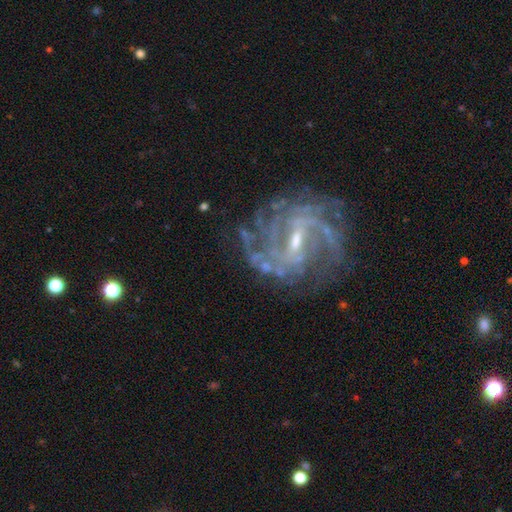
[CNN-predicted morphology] smooth-or-featured: featured or disk: 89% | star or artifact: 7% | smooth: 4%
  disk-edge-on: no: 97% | yes: 3%
    bar: weak: 50% | strong: 37% | no: 13%
    has-spiral-arms: yes: 96% | no: 4%
      spiral-winding: medium: 43% (tied) | tight: 43% (tied) | loose: 13%
      spiral-arm-count: 2: 31% | can't tell: 24% | 3: 18% | 4: 13% | more than 4: 8% | 1: 7%
    bulge-size: small: 54% | moderate: 38% | none: 6% | large: 2% | dominant: 1%
  merging: none: 67% | minor disturbance: 17% | major disturbance: 13% | merger: 3%